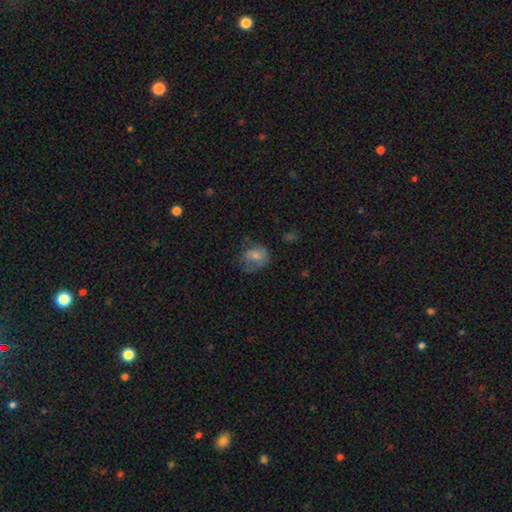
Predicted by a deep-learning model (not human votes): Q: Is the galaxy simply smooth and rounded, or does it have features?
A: smooth — 69%.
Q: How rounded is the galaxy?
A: round — 57%.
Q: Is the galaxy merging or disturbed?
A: none — 44%.